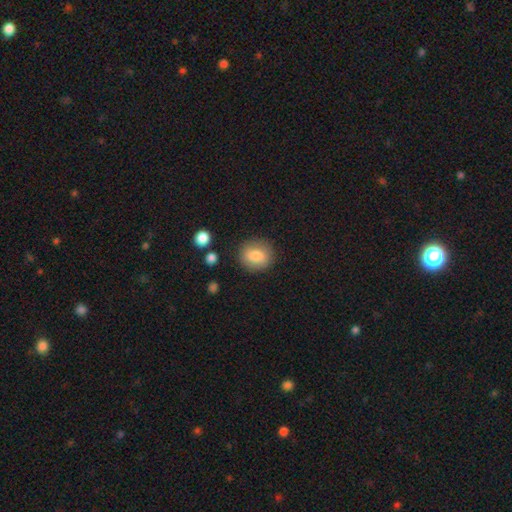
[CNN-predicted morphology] Overall: smooth (83%). How rounded: round (73%). Merging: none (84%).